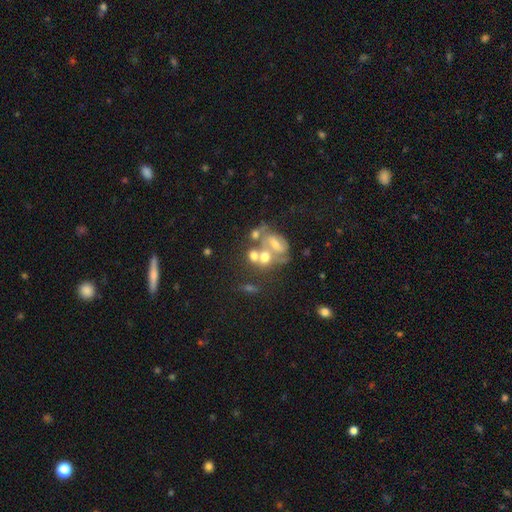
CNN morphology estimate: Q: Smooth or featured?
A: featured or disk (47%); runner-up: smooth (29%)
Q: Merging?
A: merger (45%); runner-up: none (29%)